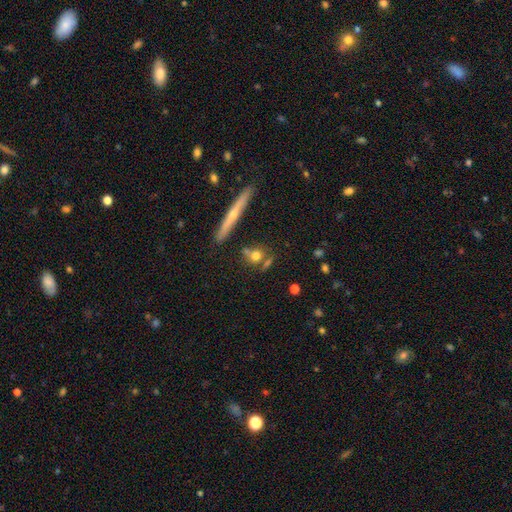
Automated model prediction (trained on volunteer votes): smooth_or_featured: smooth (p=0.61) [alt: featured or disk p=0.26]
how_rounded: round (p=0.56) [alt: in between p=0.27]
merging: none (p=0.61) [alt: merger p=0.21]